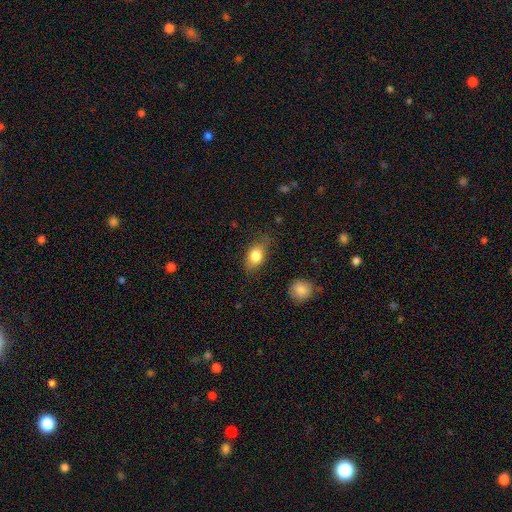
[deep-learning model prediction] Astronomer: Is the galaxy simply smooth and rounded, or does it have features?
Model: smooth — 80%.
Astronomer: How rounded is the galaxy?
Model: in between — 81%.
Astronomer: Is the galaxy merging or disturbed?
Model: none — 73%.